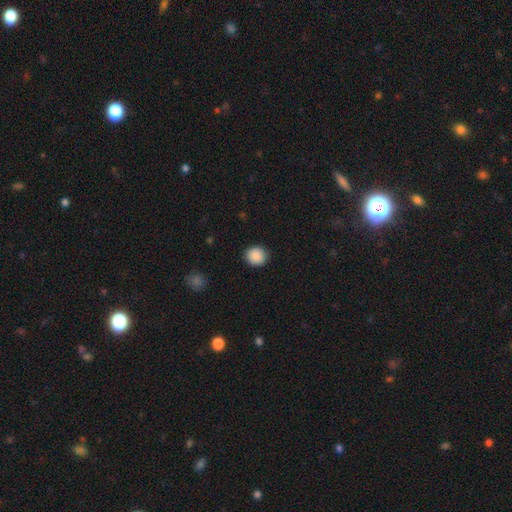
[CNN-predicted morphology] A smooth galaxy with no disk features (89%) that is round (90%).

Vote fractions:
- Smooth or featured? smooth: 89% / star or artifact: 8% / featured or disk: 3%
- How rounded? round: 90% / in between: 9% / cigar-shaped: 1%
- Merging? none: 90% / minor disturbance: 7% / major disturbance: 2% / merger: 1%